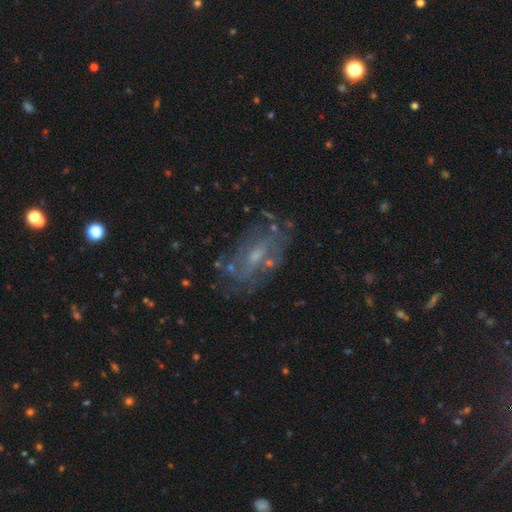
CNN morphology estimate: Q: Smooth or featured?
A: featured or disk (64%); runner-up: smooth (24%)
Q: Edge-on disk?
A: no (91%); runner-up: yes (9%)
Q: Bar?
A: no (55%); runner-up: weak (36%)
Q: Spiral arms?
A: no (50%); tied with: yes (50%)
Q: Bulge size?
A: small (51%); runner-up: moderate (38%)
Q: Merging?
A: none (64%); runner-up: minor disturbance (20%)